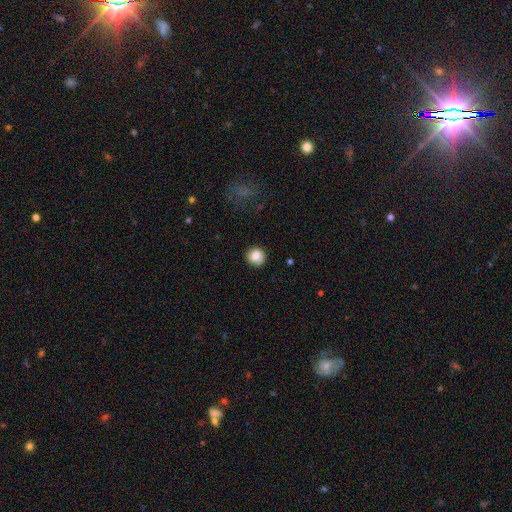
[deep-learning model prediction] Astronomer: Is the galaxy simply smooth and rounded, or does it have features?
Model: smooth — 83%.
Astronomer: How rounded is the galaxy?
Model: round — 90%.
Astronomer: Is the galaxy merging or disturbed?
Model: none — 89%.